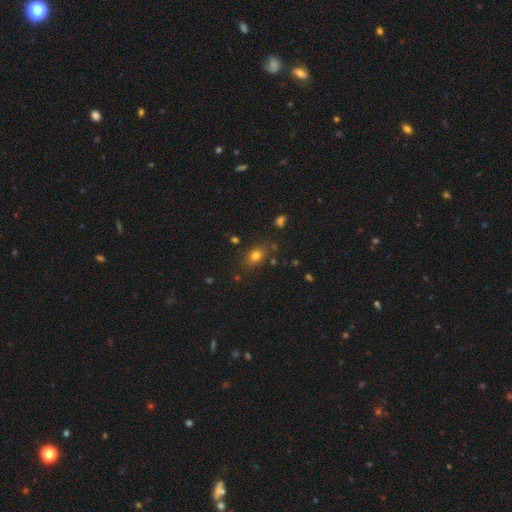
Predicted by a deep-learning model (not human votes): Morphology: type=smooth (76%); roundness=in between (62%); merging=none (79%).